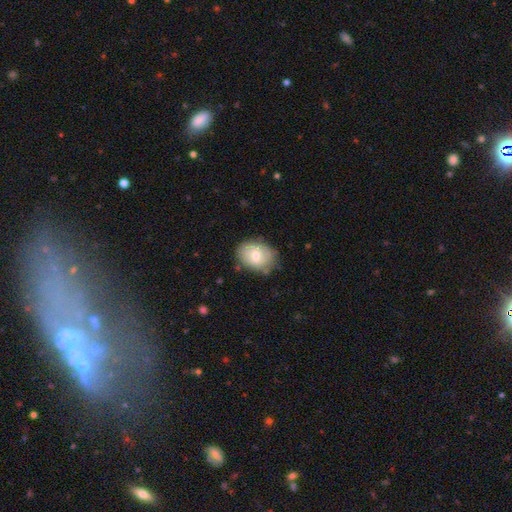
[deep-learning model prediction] smooth_or_featured: smooth (p=0.68) [alt: featured or disk p=0.24]
how_rounded: in between (p=0.62) [alt: round p=0.37]
merging: none (p=0.75) [alt: minor disturbance p=0.19]